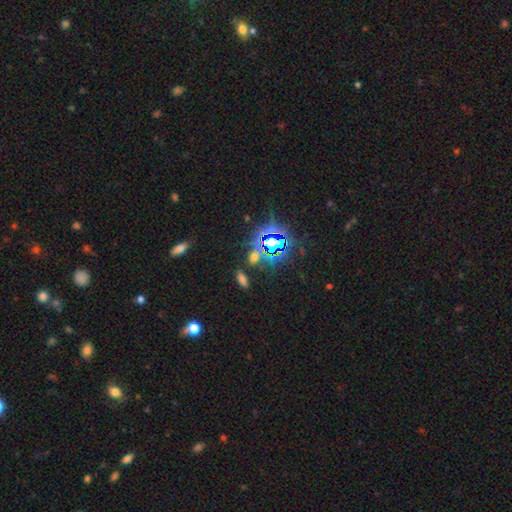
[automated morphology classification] Q: Smooth or featured?
A: star or artifact (69%); runner-up: smooth (21%)